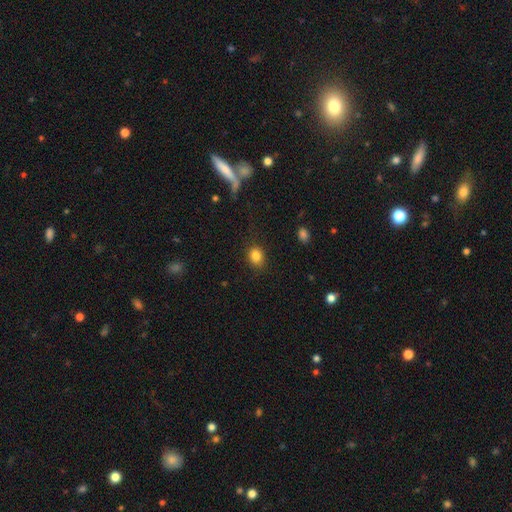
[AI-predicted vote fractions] This appears to be a smooth galaxy with no disk features (84%) that is round (51%). Merging: none (83%).